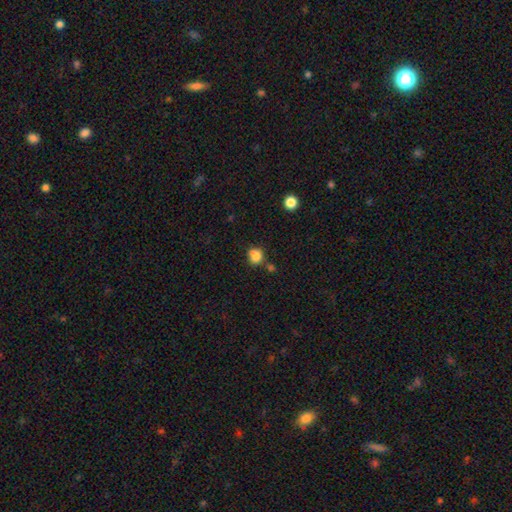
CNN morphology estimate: smooth 82%, star or artifact 12%, featured or disk 6%. Down the decision tree: how rounded — round (77%); merging — none (60%).